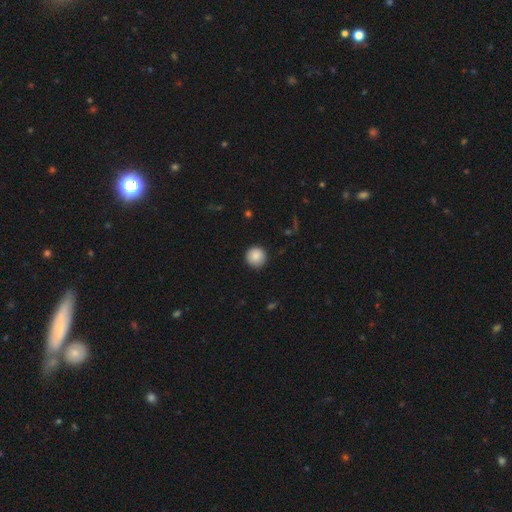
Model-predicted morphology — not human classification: Smooth or featured? smooth (88%)
How rounded? round (96%)
Merging? none (91%)